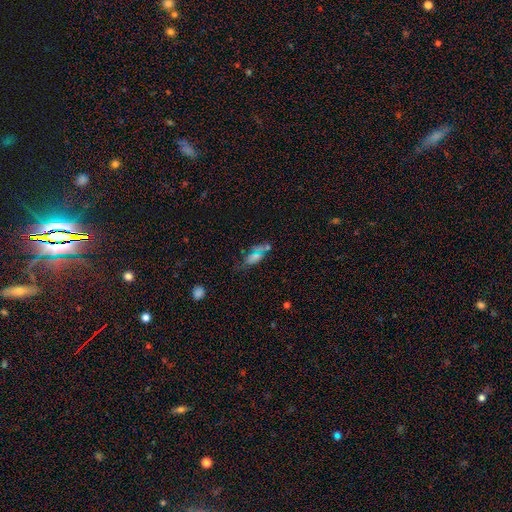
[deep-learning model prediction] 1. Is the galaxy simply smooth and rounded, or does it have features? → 54% smooth, 30% star or artifact, 16% featured or disk.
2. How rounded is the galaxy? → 77% in between, 15% cigar-shaped, 7% round.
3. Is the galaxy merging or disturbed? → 56% none, 22% minor disturbance, 11% merger, 11% major disturbance.